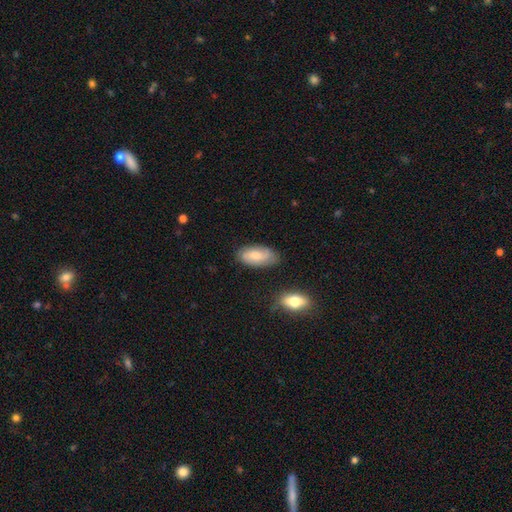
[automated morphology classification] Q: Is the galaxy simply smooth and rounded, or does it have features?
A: smooth — 60%.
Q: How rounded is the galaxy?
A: in between — 92%.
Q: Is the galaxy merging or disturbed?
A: none — 75%.